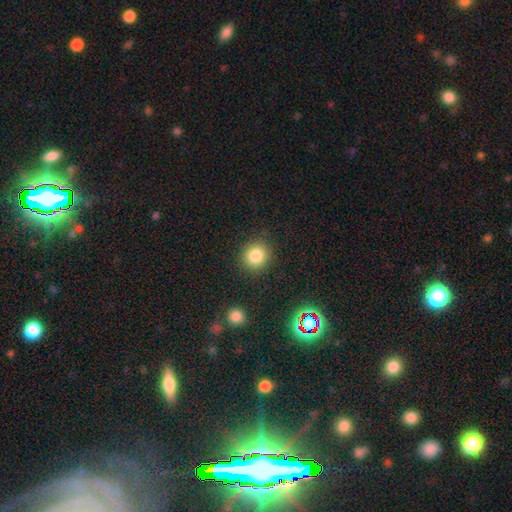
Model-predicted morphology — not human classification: Smooth or featured? smooth (82%)
How rounded? round (86%)
Merging? none (88%)